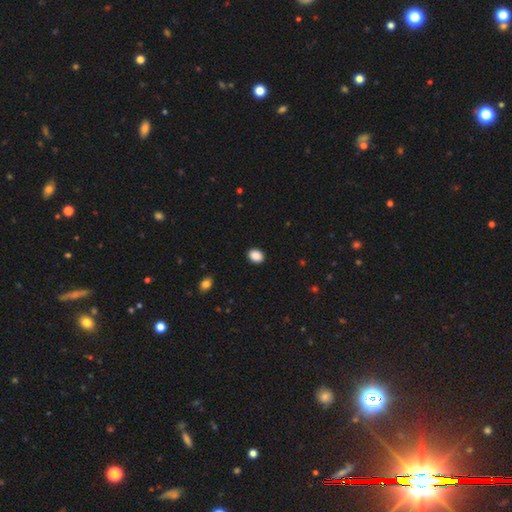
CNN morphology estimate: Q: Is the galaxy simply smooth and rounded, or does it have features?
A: smooth — 89%.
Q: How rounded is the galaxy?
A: in between — 59%.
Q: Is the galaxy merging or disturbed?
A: none — 91%.